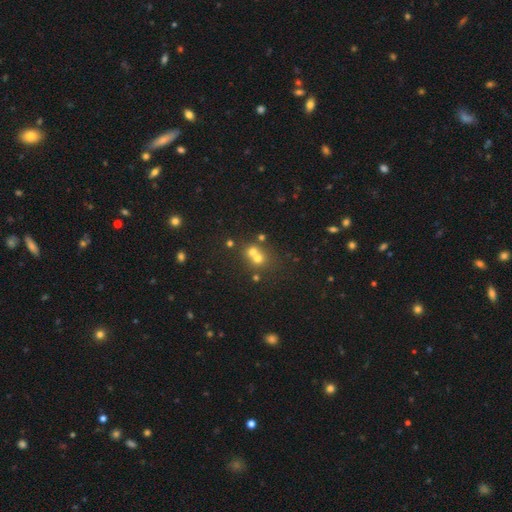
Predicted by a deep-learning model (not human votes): This is likely a smooth galaxy (62%). How rounded: clearly round (83%). Merging: possibly merger (53%).